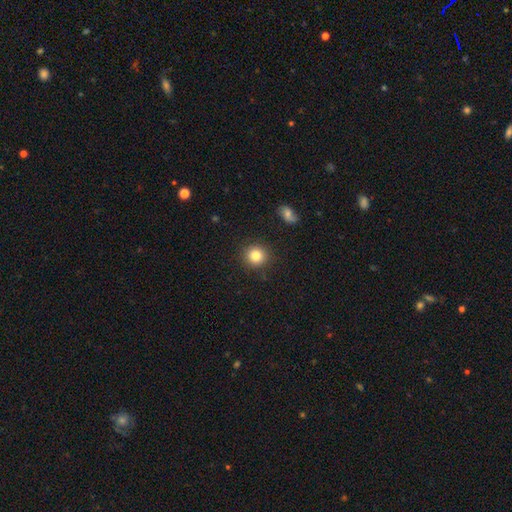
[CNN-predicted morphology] smooth-or-featured: smooth: 83% | star or artifact: 10% | featured or disk: 7%
  how-rounded: round: 89% | in between: 10% | cigar-shaped: 1%
  merging: none: 90% | minor disturbance: 6% | major disturbance: 2% | merger: 2%